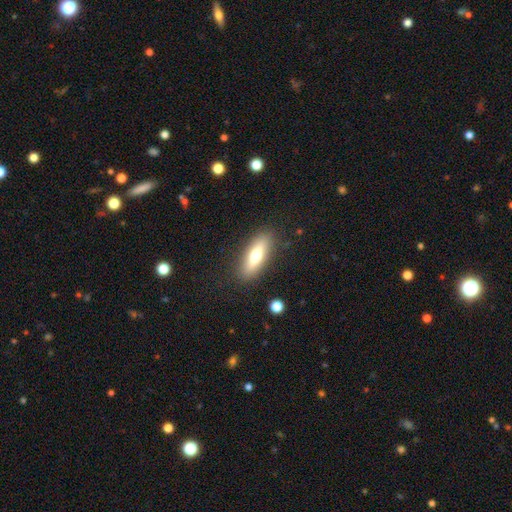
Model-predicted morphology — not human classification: The model was most divided on "how rounded": in between: 53%, cigar-shaped: 44%, round: 3%. More confident: merging — none (86%); smooth or featured — smooth (63%).